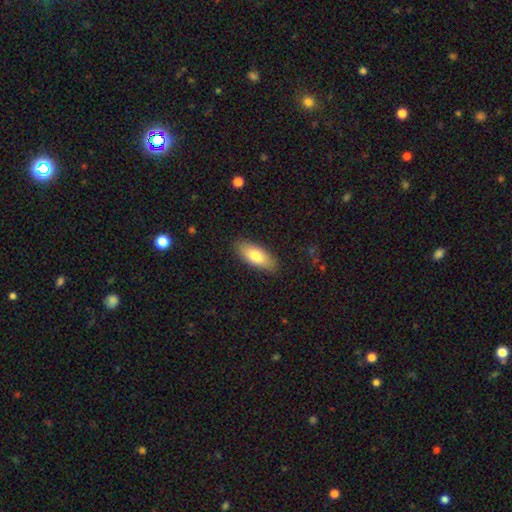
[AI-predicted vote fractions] smooth_or_featured: smooth (p=0.79) [alt: featured or disk p=0.15]
how_rounded: in between (p=0.80) [alt: cigar-shaped p=0.18]
merging: none (p=0.85) [alt: minor disturbance p=0.11]